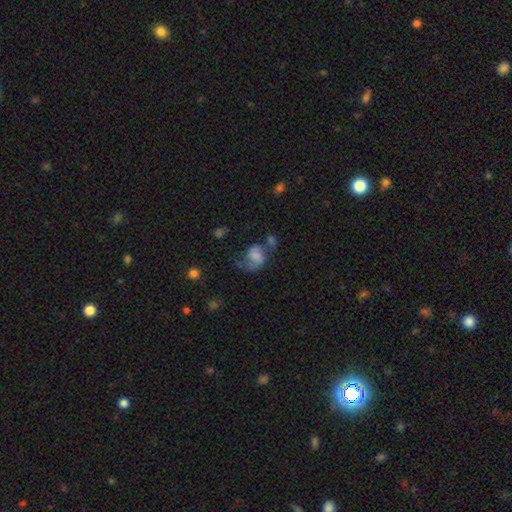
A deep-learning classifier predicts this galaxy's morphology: type=featured or disk (46%); merging=none (35%).